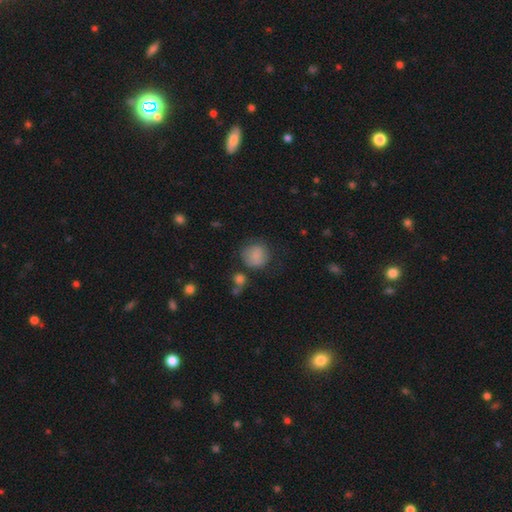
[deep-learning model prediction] A smooth galaxy with no disk features (82%) that is round (86%). Merging: none (66%).